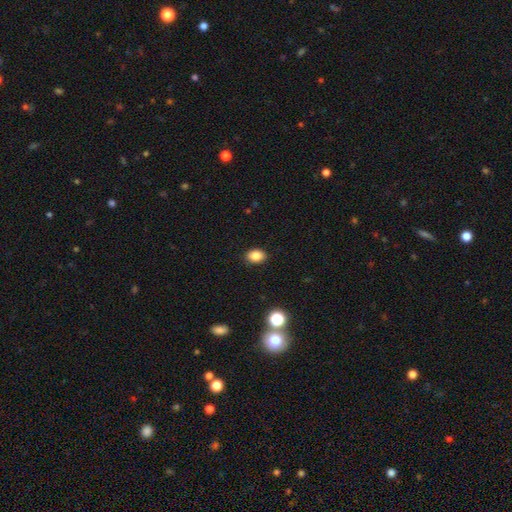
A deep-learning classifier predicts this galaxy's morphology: Smooth or featured?
  - smooth: 85% *
  - star or artifact: 10%
  - featured or disk: 5%
How rounded?
  - in between: 67% *
  - round: 32%
  - cigar-shaped: 1%
Merging?
  - none: 89% *
  - minor disturbance: 8%
  - major disturbance: 2%
  - merger: 1%